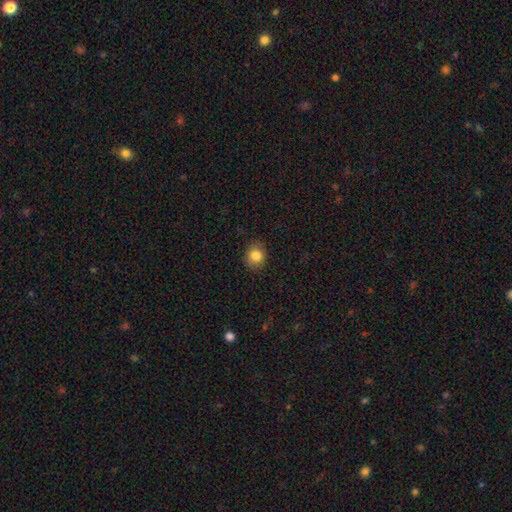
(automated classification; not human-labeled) This appears to be a smooth galaxy with no disk features (84%) that is round (77%). Merging: none (88%).